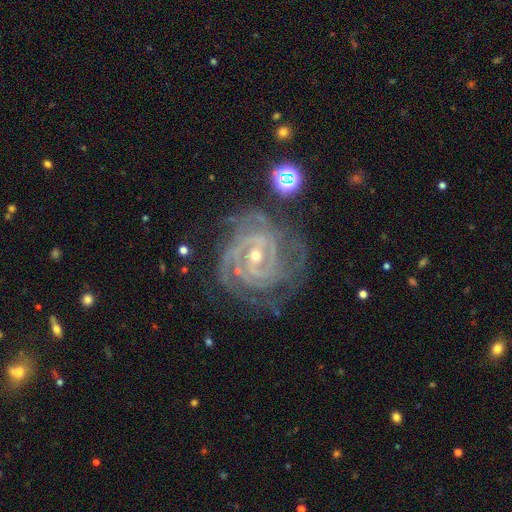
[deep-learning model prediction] A featured or disk galaxy (91%) with a weak bar (41%), 3 (27%) tight (72%) spiral arms (98%) and a small central bulge (62%).

Vote fractions:
- Smooth or featured? featured or disk: 91% / star or artifact: 6% / smooth: 3%
- Edge-on disk? no: 98% / yes: 2%
- Bar? weak: 41% / no: 35% / strong: 25%
- Spiral arms? yes: 98% / no: 2%
- Spiral winding? tight: 72% / medium: 24% / loose: 4%
- Spiral arm count? 3: 27% / 2: 21% / can't tell: 20% / 4: 19% / more than 4: 8% / 1: 6%
- Bulge size? small: 62% / moderate: 35% / large: 1% / none: 1% / dominant: 1%
- Merging? none: 62% / minor disturbance: 23% / major disturbance: 13% / merger: 3%